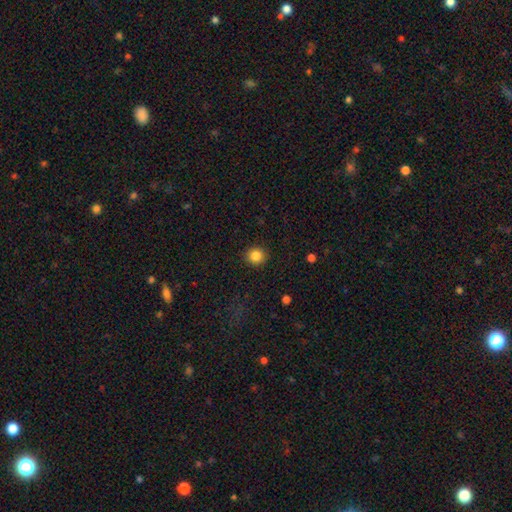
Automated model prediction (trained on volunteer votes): Smooth or featured: smooth — 85% (star or artifact — 10%)
How rounded: round — 88% (in between — 11%)
Merging: none — 92% (minor disturbance — 5%)